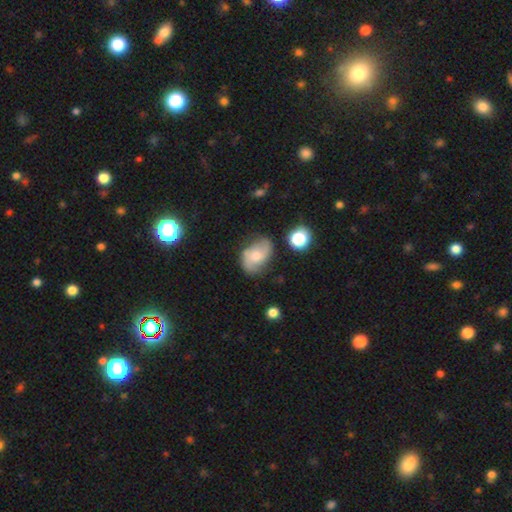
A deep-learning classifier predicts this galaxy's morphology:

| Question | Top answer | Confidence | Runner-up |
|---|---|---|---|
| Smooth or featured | featured or disk | 53% | smooth (38%) |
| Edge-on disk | no | 96% | yes (4%) |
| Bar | no | 68% | weak (27%) |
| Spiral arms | yes | 82% | no (18%) |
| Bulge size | moderate | 55% | small (36%) |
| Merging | none | 63% | minor disturbance (25%) |